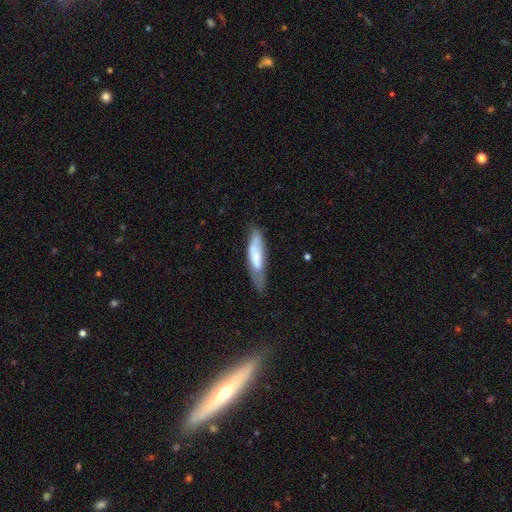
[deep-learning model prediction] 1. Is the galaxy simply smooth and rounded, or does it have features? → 62% smooth, 32% featured or disk, 6% star or artifact.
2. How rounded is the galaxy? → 69% cigar-shaped, 30% in between, 1% round.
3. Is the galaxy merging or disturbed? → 56% none, 30% minor disturbance, 11% major disturbance, 3% merger.